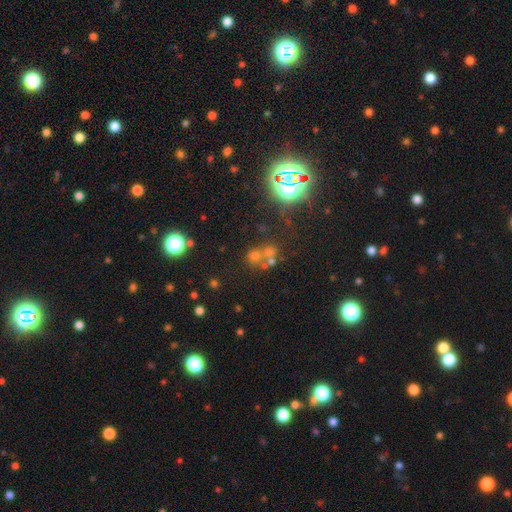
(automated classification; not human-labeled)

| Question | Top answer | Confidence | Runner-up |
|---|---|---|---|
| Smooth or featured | star or artifact | 44% | smooth (38%) |